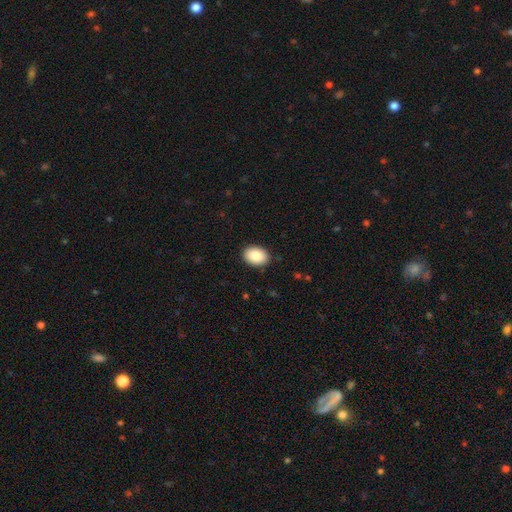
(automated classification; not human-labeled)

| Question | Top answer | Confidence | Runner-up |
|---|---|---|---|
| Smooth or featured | smooth | 87% | star or artifact (7%) |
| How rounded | in between | 79% | round (20%) |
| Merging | none | 89% | minor disturbance (8%) |